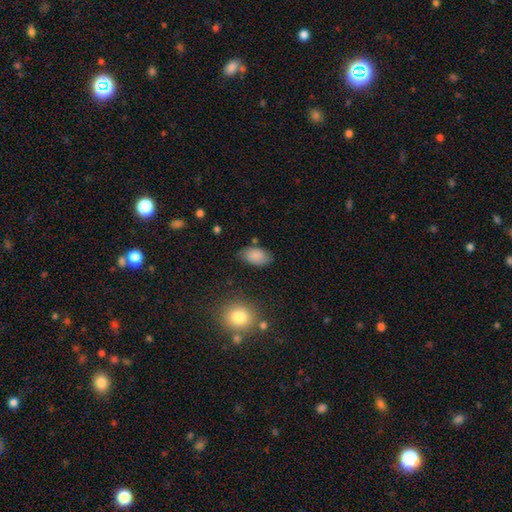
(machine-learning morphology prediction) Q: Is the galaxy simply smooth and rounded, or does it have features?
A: smooth — 85%.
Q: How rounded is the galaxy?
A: in between — 92%.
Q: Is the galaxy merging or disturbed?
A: none — 77%.